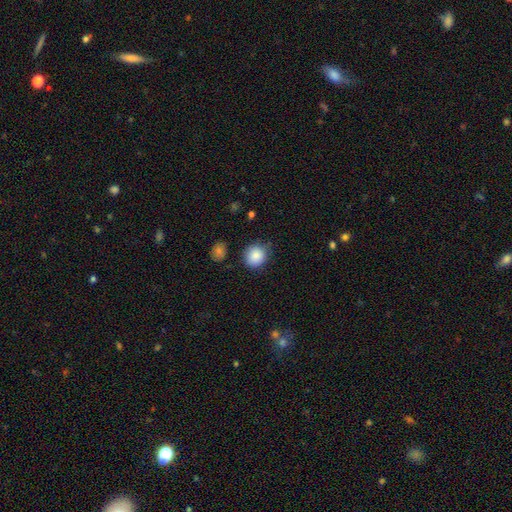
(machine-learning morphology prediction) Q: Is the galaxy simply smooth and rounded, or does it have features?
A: smooth — 87%.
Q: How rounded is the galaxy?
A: round — 84%.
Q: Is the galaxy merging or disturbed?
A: none — 78%.